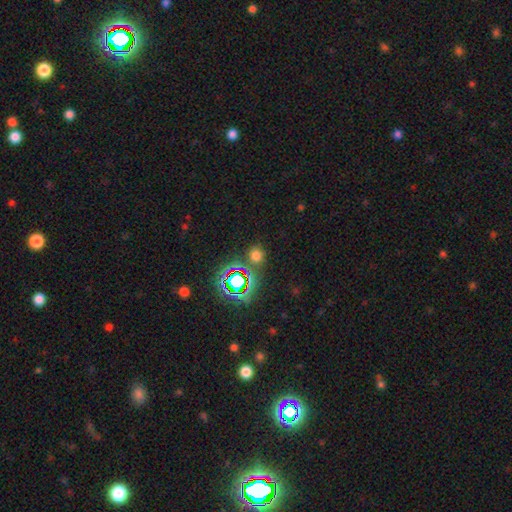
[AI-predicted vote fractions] Smooth or featured? smooth (58%)
How rounded? round (81%)
Merging? none (76%)